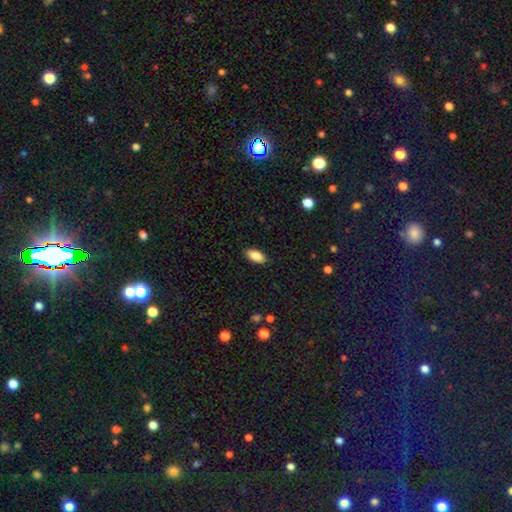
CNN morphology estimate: Overall: smooth (86%). How rounded: in between (92%). Merging: none (89%).